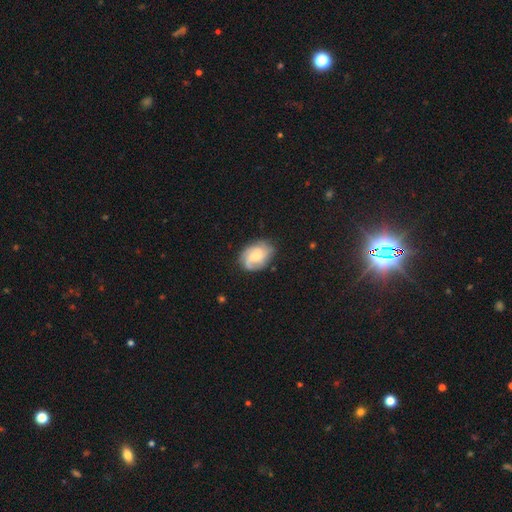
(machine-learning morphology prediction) featured or disk 64%, smooth 30%, star or artifact 7%. Down the decision tree: edge-on disk — no (97%); bar — no (67%); spiral arms — yes (93%); spiral arm count — 3 (35%); spiral winding — medium (43%); bulge size — moderate (44%); merging — none (72%).